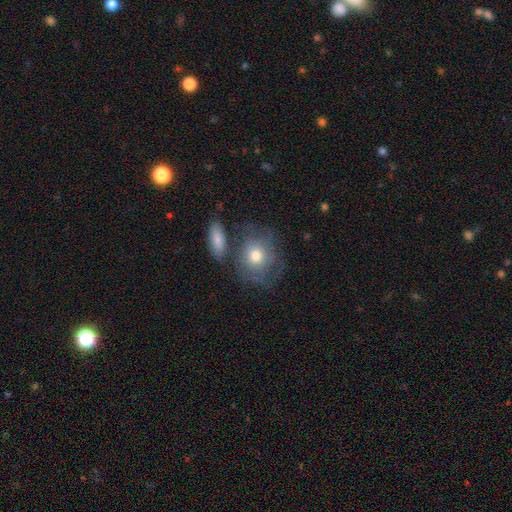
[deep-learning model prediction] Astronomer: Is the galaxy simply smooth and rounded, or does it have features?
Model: smooth — 63%.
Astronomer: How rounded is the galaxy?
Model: round — 67%.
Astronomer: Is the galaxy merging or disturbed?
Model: none — 54%.